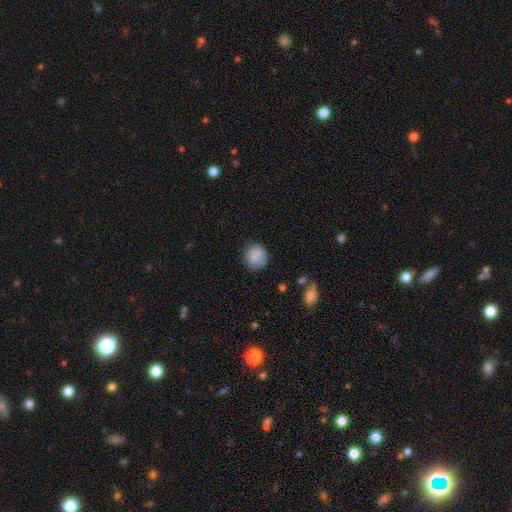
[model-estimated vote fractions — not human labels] Morphology: type=smooth (84%); roundness=round (86%); merging=none (75%).